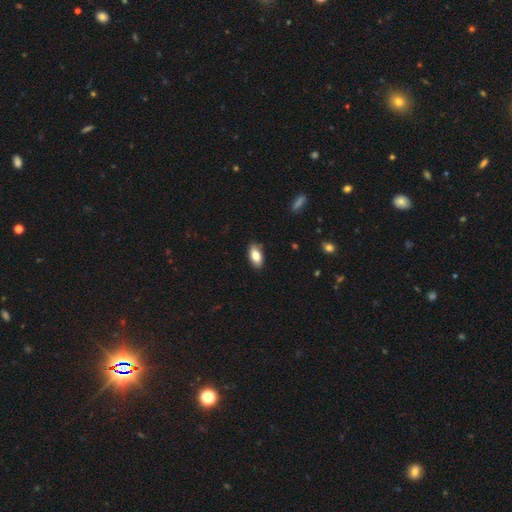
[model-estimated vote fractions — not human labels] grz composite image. It shows a smooth galaxy with no disk features (82%) that is in between round and cigar-shaped (92%). Merging: none (86%).